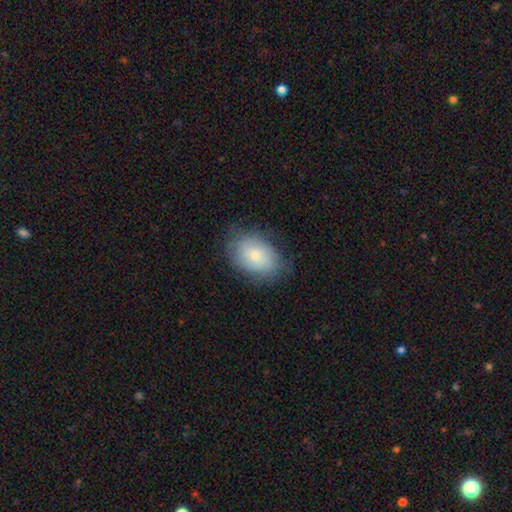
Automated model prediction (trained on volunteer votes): A smooth galaxy with no disk features (73%) that is in between round and cigar-shaped (80%). Merging: none (73%).